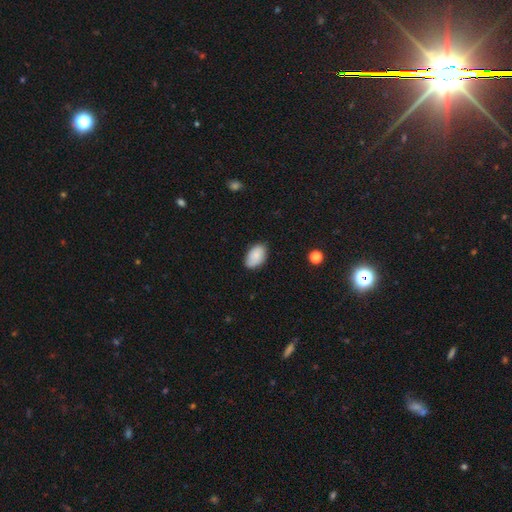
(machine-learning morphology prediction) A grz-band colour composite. It shows a smooth galaxy with no disk features (82%) that is in between round and cigar-shaped (92%). Merging: none (76%).